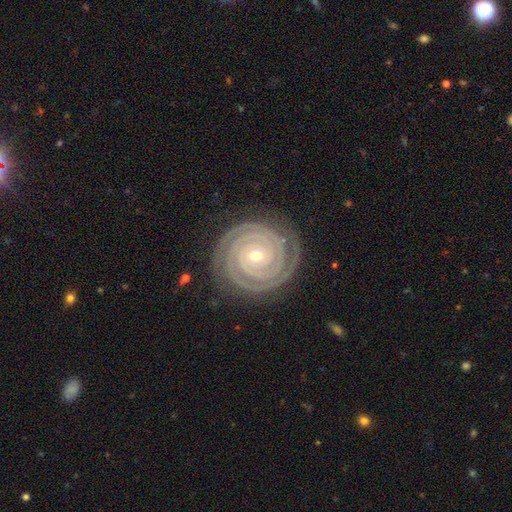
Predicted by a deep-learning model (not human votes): featured or disk 93%, star or artifact 4%, smooth 3%. Down the decision tree: edge-on disk — no (98%); bar — no (63%); spiral arms — yes (99%); spiral arm count — 2 (66%); spiral winding — tight (93%); bulge size — small (64%); merging — none (86%).